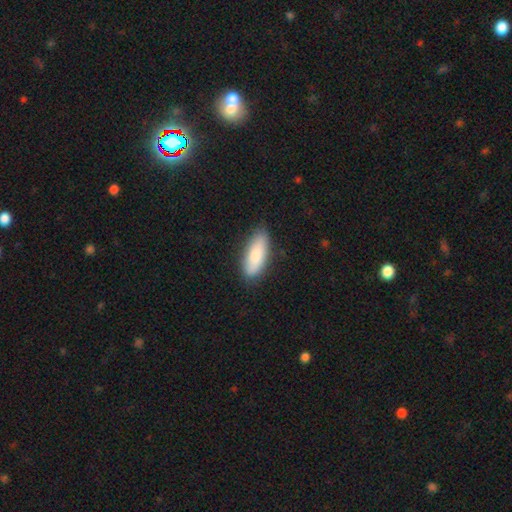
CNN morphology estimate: smooth-or-featured: smooth: 78% | featured or disk: 16% | star or artifact: 6%
  how-rounded: in between: 70% | cigar-shaped: 28% | round: 2%
  merging: none: 83% | minor disturbance: 14% | major disturbance: 3% | merger: 1%